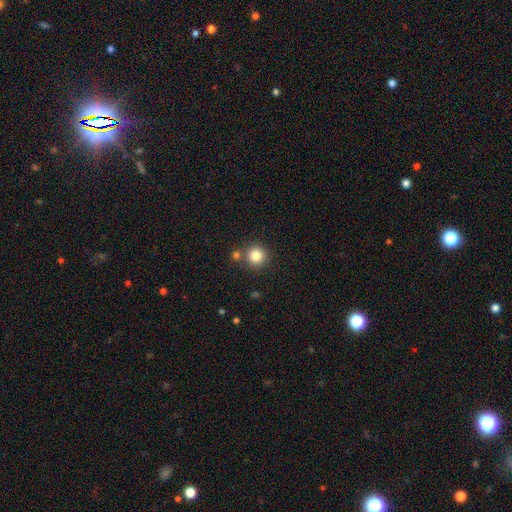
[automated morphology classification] A smooth galaxy with no disk features (83%) that is round (94%). Merging: none (78%).